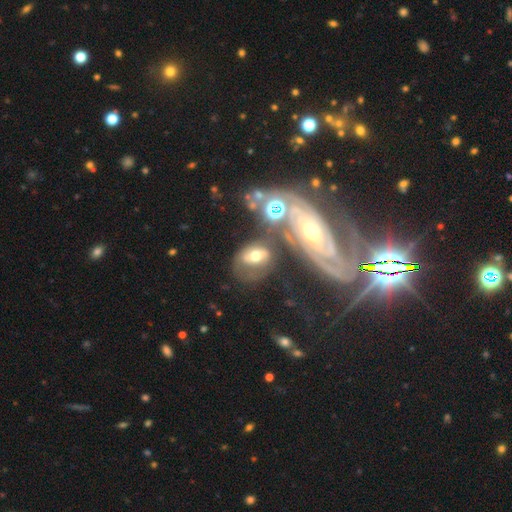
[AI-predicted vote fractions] This appears to be a featured or disk galaxy (48%). Merging: none (44%).